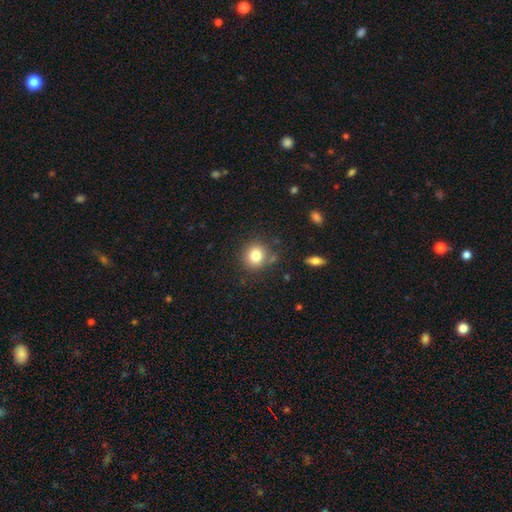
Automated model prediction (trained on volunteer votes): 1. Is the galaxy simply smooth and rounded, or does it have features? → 81% smooth, 11% star or artifact, 8% featured or disk.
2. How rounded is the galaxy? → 87% round, 13% in between, 1% cigar-shaped.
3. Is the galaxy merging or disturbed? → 81% none, 11% minor disturbance, 4% merger, 4% major disturbance.